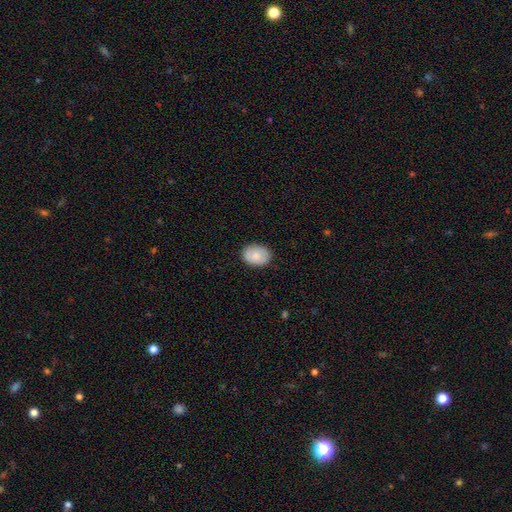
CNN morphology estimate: This appears to be a smooth galaxy with no disk features (82%) that is in between round and cigar-shaped (67%). Merging: none (86%).